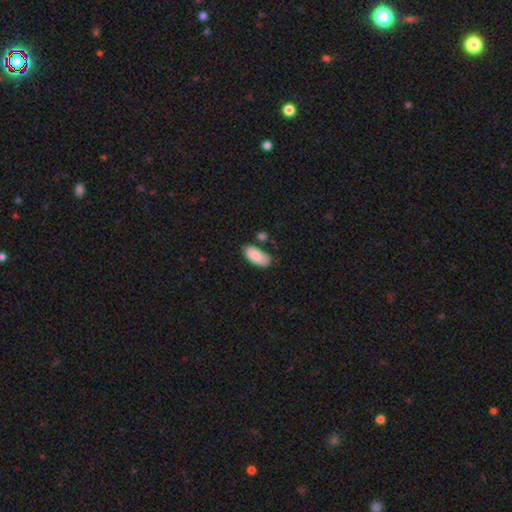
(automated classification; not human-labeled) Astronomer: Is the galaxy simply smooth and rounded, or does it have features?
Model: smooth — 86%.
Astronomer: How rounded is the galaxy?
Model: in between — 92%.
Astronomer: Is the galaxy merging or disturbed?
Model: none — 66%.